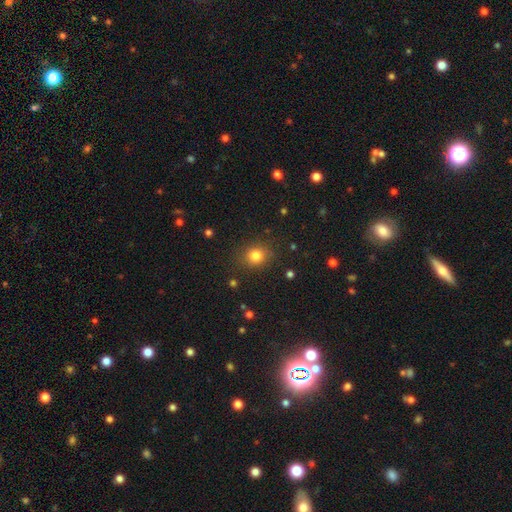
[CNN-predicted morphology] This is clearly a smooth galaxy (81%). How rounded: likely round (78%). Merging: clearly none (86%).